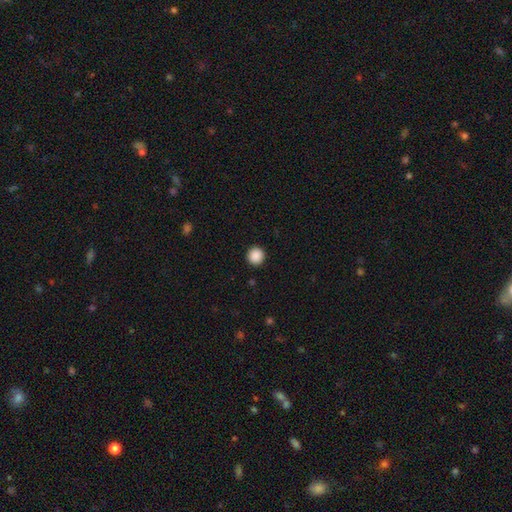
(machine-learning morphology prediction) The model was most divided on "smooth or featured": smooth: 89%, star or artifact: 9%, featured or disk: 2%. More confident: how rounded — round (95%); merging — none (93%).